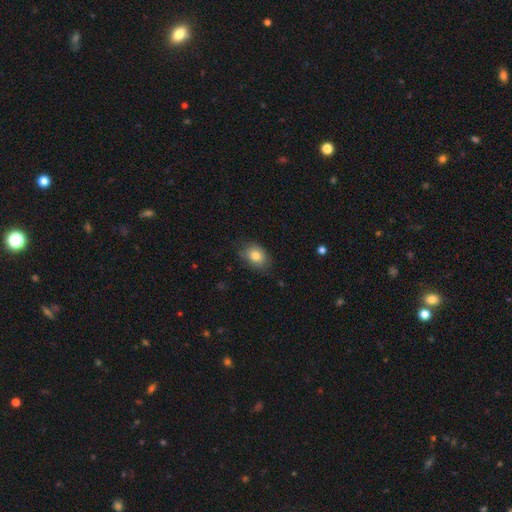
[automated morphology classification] Smooth or featured? smooth (80%)
How rounded? in between (75%)
Merging? none (72%)